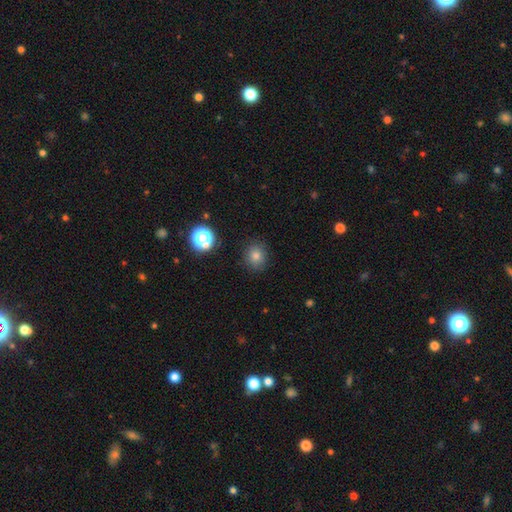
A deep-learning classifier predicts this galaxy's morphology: smooth 79%, star or artifact 15%, featured or disk 6%. Down the decision tree: how rounded — round (74%); merging — none (88%).